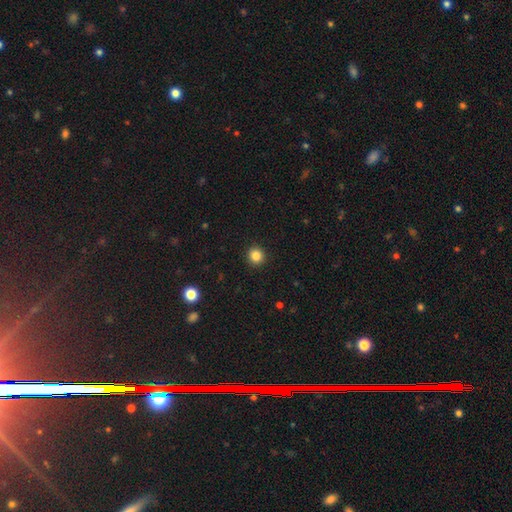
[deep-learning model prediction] Morphology: type=smooth (84%); roundness=round (94%); merging=none (93%).